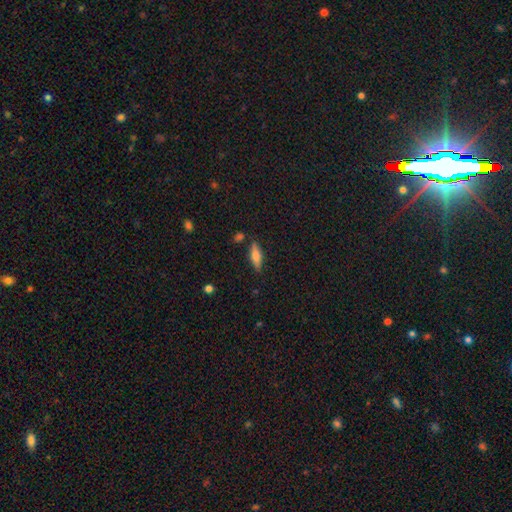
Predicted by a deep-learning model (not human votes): Smooth or featured?
  - smooth: 61% *
  - featured or disk: 32%
  - star or artifact: 7%
How rounded?
  - cigar-shaped: 51% *
  - in between: 46%
  - round: 3%
Merging?
  - none: 83% *
  - minor disturbance: 11%
  - merger: 4%
  - major disturbance: 3%